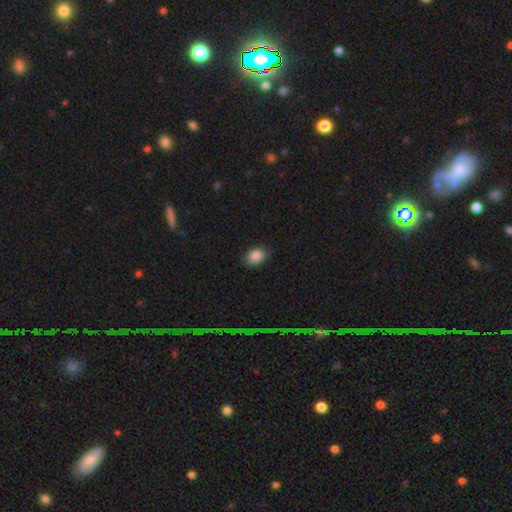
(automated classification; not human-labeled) This is clearly a smooth galaxy (86%). How rounded: likely in between (77%). Merging: likely none (78%).